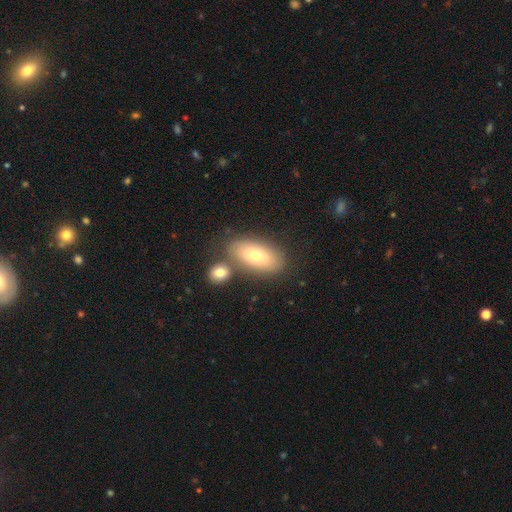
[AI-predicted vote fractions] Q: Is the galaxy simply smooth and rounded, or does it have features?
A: smooth — 69%.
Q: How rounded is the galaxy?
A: in between — 88%.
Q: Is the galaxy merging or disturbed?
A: none — 68%.